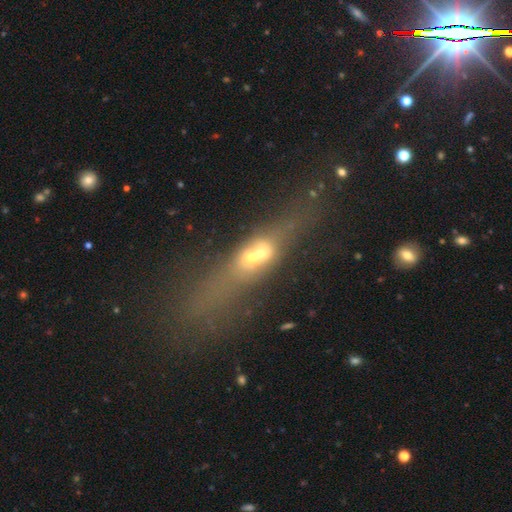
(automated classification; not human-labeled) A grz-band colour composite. It shows a featured or disk galaxy (45%). Merging: merger (64%).